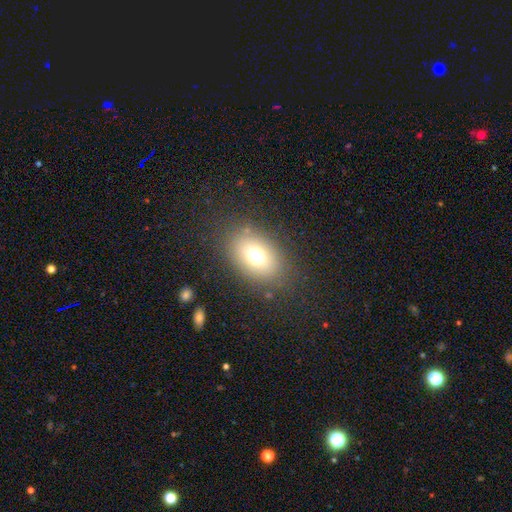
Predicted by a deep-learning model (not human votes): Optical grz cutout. It shows a smooth galaxy with no disk features (71%) that is in between round and cigar-shaped (74%). Merging: none (81%).